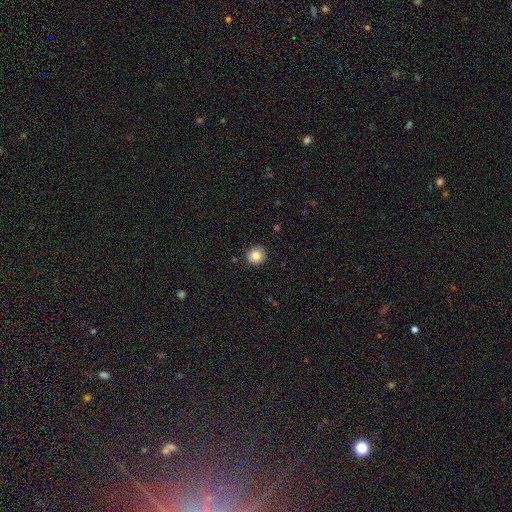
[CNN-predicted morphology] Smooth or featured: smooth — 83% (star or artifact — 10%)
How rounded: round — 92% (in between — 7%)
Merging: none — 91% (minor disturbance — 6%)